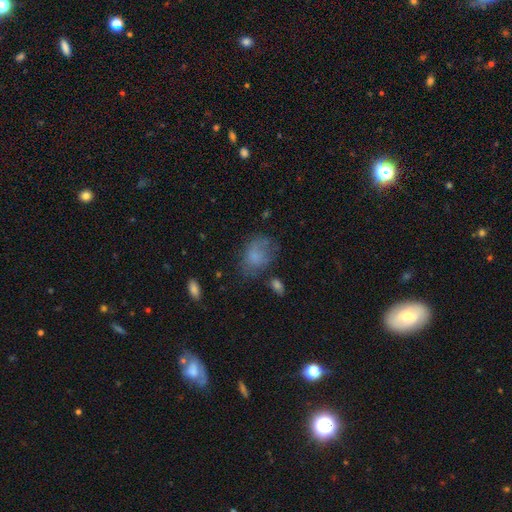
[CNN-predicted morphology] A smooth galaxy with no disk features (67%) that is in between round and cigar-shaped (74%). Merging: none (42%).